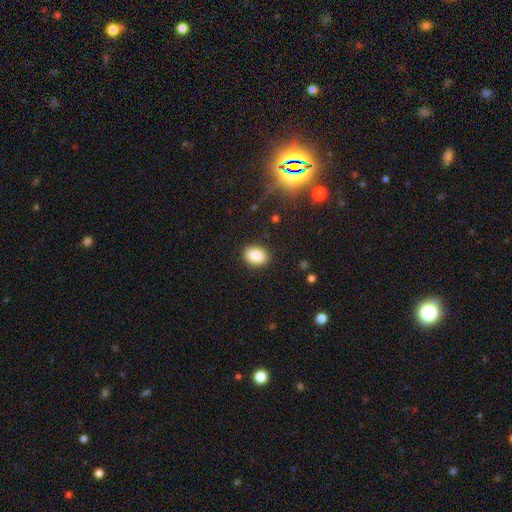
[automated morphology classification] This appears to be a smooth galaxy with no disk features (88%) that is in between round and cigar-shaped (76%). Merging: none (87%).